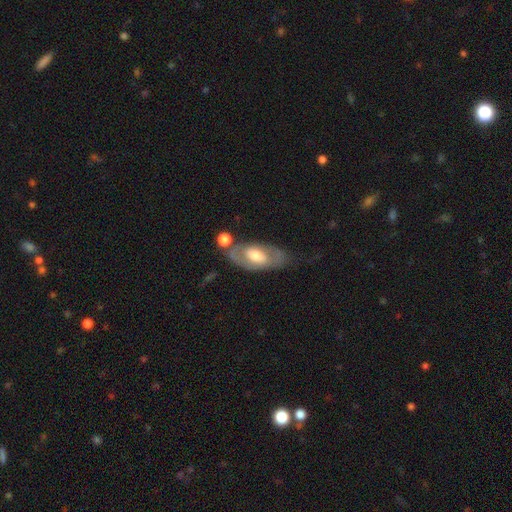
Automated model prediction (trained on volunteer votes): Smooth or featured?
  - featured or disk: 60% *
  - smooth: 35%
  - star or artifact: 6%
Edge-on disk?
  - no: 88% *
  - yes: 12%
Bar?
  - no: 53% *
  - weak: 33%
  - strong: 14%
Spiral arms?
  - yes: 52% *
  - no: 48%
Bulge size?
  - moderate: 61% *
  - large: 19%
  - small: 17%
  - dominant: 2%
  - none: 2%
Merging?
  - none: 52% *
  - minor disturbance: 22%
  - major disturbance: 14%
  - merger: 12%